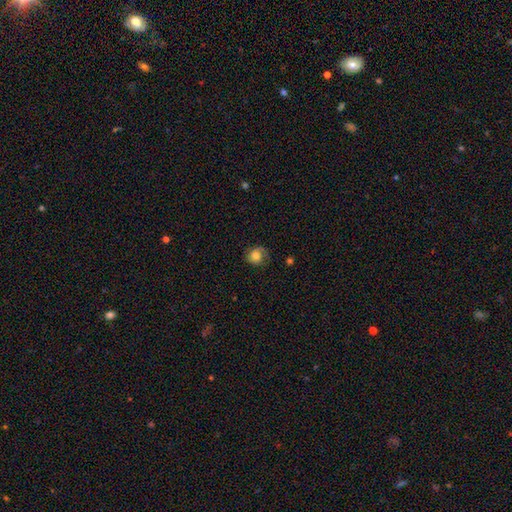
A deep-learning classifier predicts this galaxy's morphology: This appears to be a smooth galaxy with no disk features (71%) that is round (78%). Merging: none (69%).